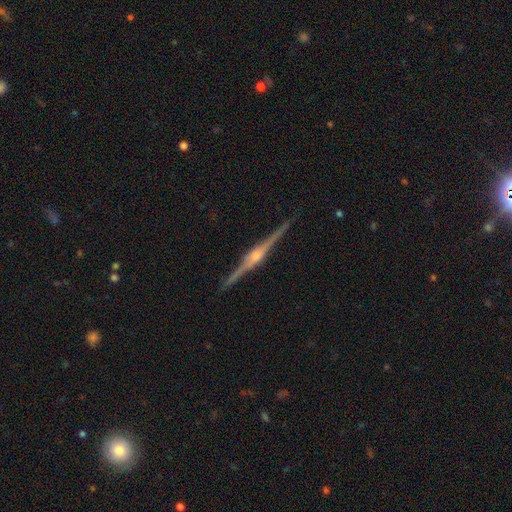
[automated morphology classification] Overall: featured or disk (89%). Edge-on disk: yes (99%). Edge-on bulge: rounded (84%). Merging: none (92%).